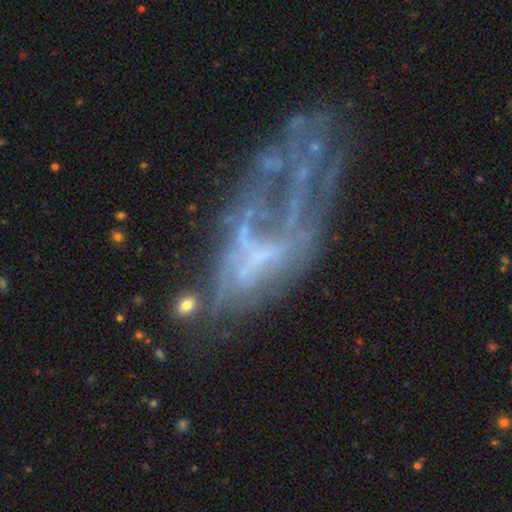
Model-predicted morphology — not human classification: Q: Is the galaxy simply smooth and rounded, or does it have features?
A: featured or disk — 68%.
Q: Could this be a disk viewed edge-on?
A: no — 94%.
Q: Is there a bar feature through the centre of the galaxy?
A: no — 74%.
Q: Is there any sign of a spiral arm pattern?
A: no — 72%.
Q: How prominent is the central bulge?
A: none — 71%.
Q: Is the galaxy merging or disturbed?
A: major disturbance — 45%.